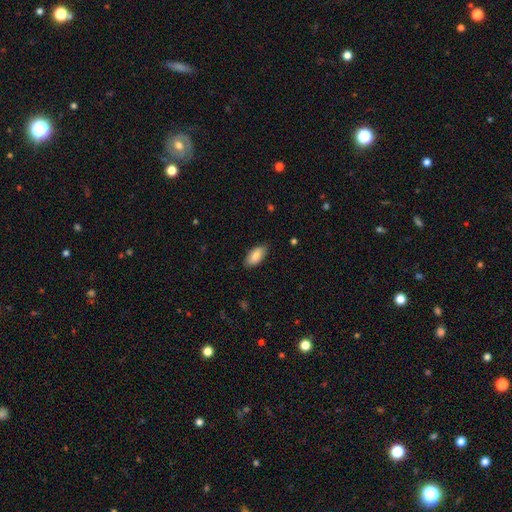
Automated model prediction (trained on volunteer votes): This is clearly a smooth galaxy (83%). How rounded: clearly in between (91%). Merging: clearly none (83%).